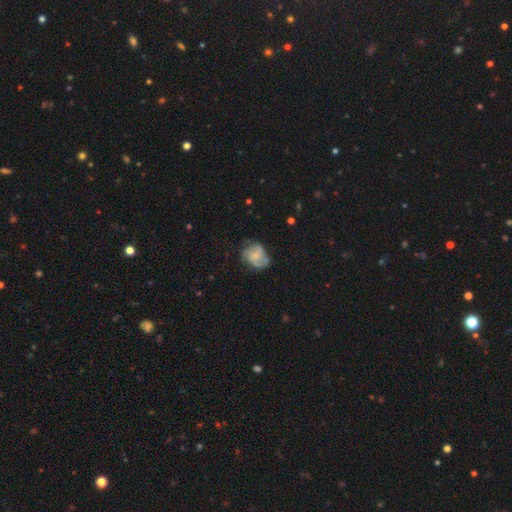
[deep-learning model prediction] Smooth or featured: featured or disk — 55% (smooth — 38%)
Edge-on disk: no — 98% (yes — 2%)
Bar: no — 73% (weak — 23%)
Spiral arms: yes — 74% (no — 26%)
Bulge size: small — 47% (moderate — 28%)
Merging: none — 55% (minor disturbance — 28%)